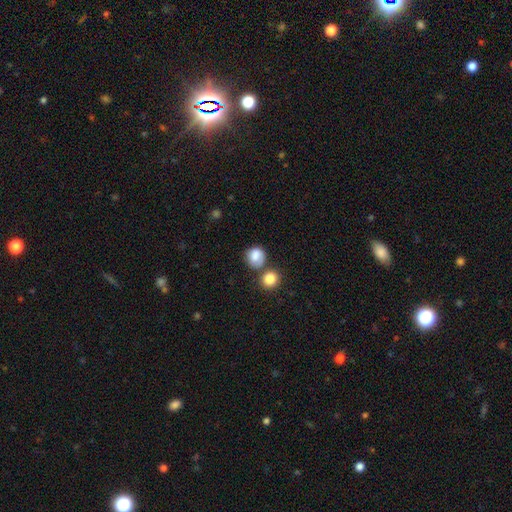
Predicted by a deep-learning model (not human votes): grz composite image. It shows a smooth galaxy with no disk features (83%) that is round (80%). Merging: none (56%).